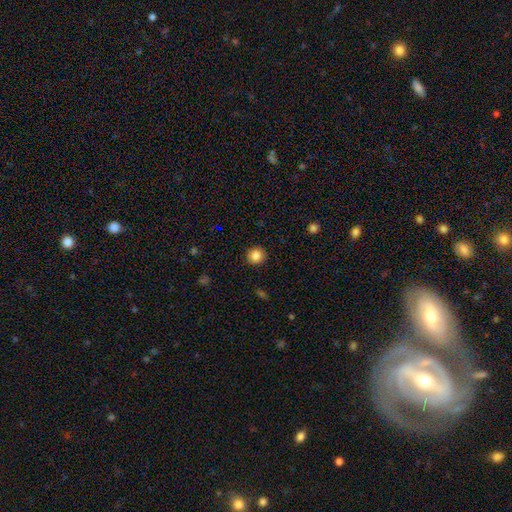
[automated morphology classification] The model was most divided on "smooth or featured": smooth: 84%, star or artifact: 10%, featured or disk: 5%. More confident: how rounded — round (93%); merging — none (92%).